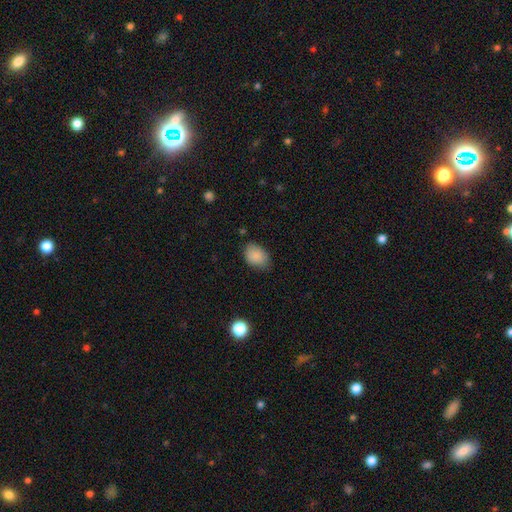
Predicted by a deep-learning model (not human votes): Smooth or featured? smooth (86%)
How rounded? in between (78%)
Merging? none (69%)